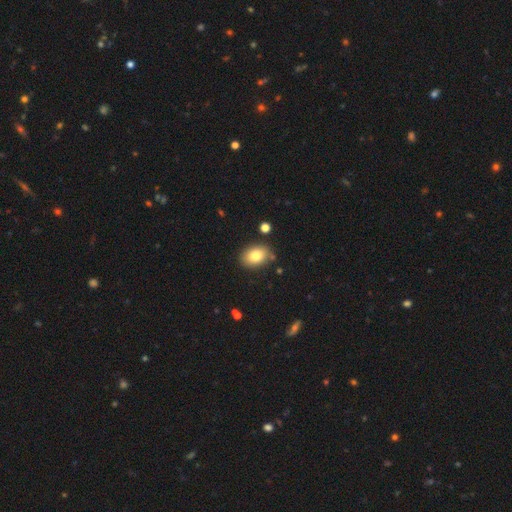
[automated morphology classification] A smooth galaxy with no disk features (81%) that is in between round and cigar-shaped (79%).

Vote fractions:
- Smooth or featured? smooth: 81% / featured or disk: 10% / star or artifact: 9%
- How rounded? in between: 79% / round: 20% / cigar-shaped: 1%
- Merging? none: 83% / minor disturbance: 11% / merger: 3% / major disturbance: 3%